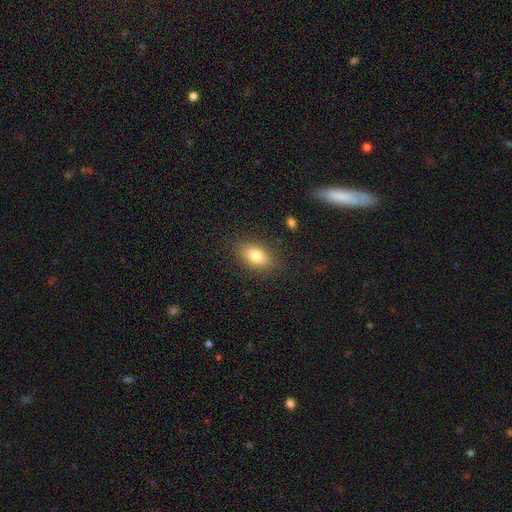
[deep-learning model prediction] smooth 79%, featured or disk 13%, star or artifact 9%. Down the decision tree: how rounded — in between (87%); merging — none (85%).